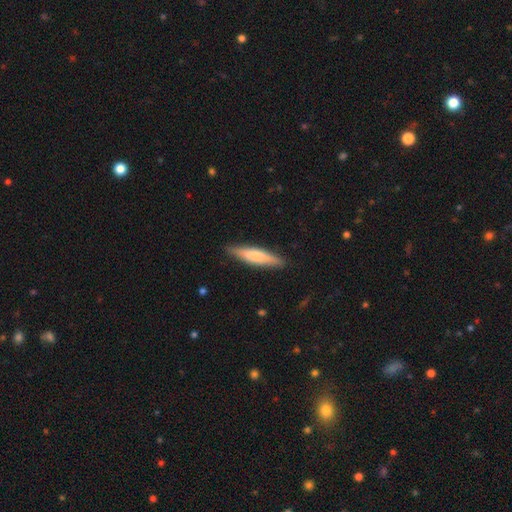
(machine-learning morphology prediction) Smooth or featured?
  - smooth: 68% *
  - featured or disk: 27%
  - star or artifact: 5%
How rounded?
  - cigar-shaped: 81% *
  - in between: 18%
  - round: 1%
Merging?
  - none: 86% *
  - minor disturbance: 11%
  - major disturbance: 2%
  - merger: 1%